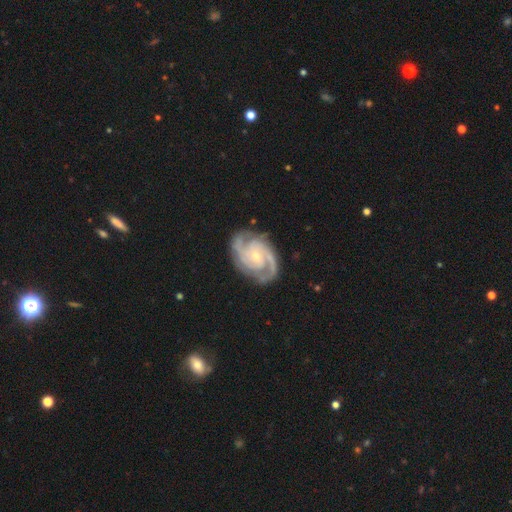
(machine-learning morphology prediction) Smooth or featured? Predicted: featured or disk (p=0.92). Edge-on disk? Predicted: no (p=0.98). Bar? Predicted: no (p=0.52). Spiral arms? Predicted: yes (p=0.98). Spiral winding? Predicted: tight (p=0.48). Spiral arm count? Predicted: 2 (p=0.50). Bulge size? Predicted: small (p=0.64). Merging? Predicted: none (p=0.79).